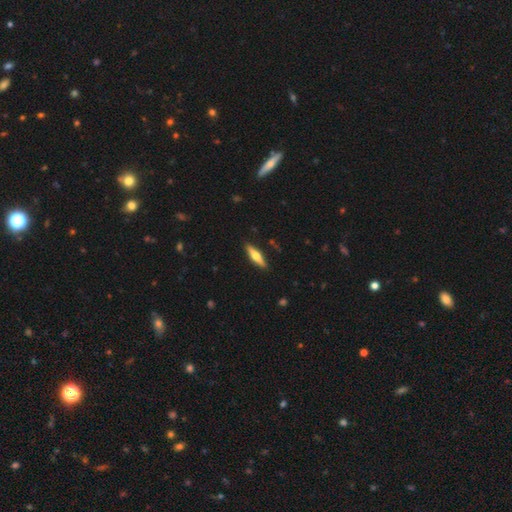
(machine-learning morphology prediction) smooth-or-featured: featured or disk: 52% | smooth: 42% | star or artifact: 6%
  disk-edge-on: yes: 94% | no: 6%
  merging: none: 89% | minor disturbance: 8% | major disturbance: 2% | merger: 1%